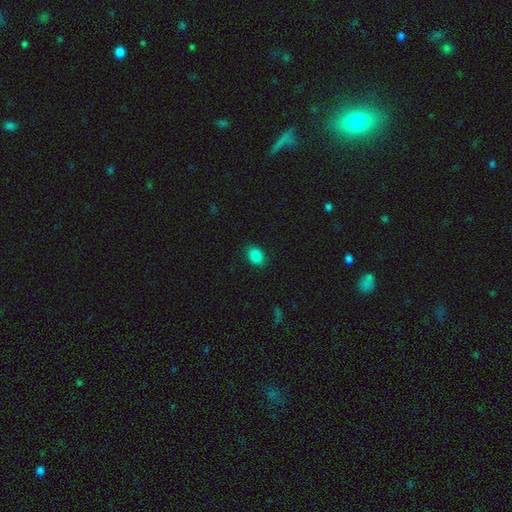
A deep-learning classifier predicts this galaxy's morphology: smooth 87%, star or artifact 10%, featured or disk 4%. Down the decision tree: how rounded — in between (73%); merging — none (88%).